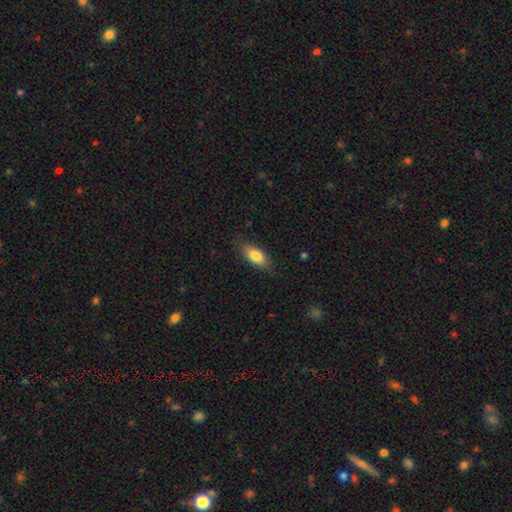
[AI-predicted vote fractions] A smooth galaxy with no disk features (80%) that is in between round and cigar-shaped (84%).

Vote fractions:
- Smooth or featured? smooth: 80% / featured or disk: 14% / star or artifact: 7%
- How rounded? in between: 84% / cigar-shaped: 13% / round: 3%
- Merging? none: 78% / minor disturbance: 17% / major disturbance: 4% / merger: 1%